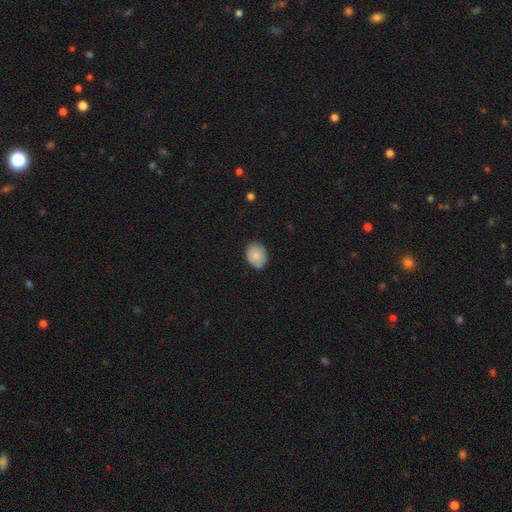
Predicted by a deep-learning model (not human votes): Smooth or featured? Predicted: smooth (p=0.85). How rounded? Predicted: in between (p=0.55). Merging? Predicted: none (p=0.82).